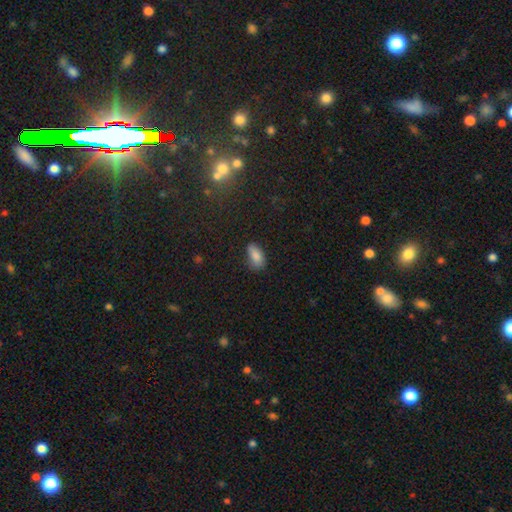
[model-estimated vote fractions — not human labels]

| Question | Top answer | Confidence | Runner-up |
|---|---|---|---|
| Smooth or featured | smooth | 85% | star or artifact (8%) |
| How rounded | in between | 90% | cigar-shaped (7%) |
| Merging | none | 68% | minor disturbance (25%) |